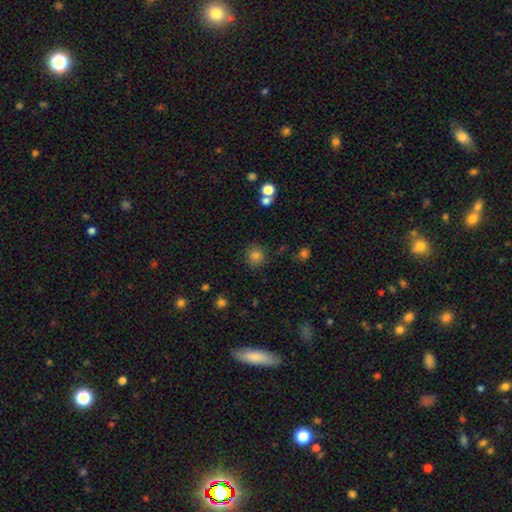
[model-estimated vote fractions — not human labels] The model was most divided on "smooth or featured": smooth: 81%, star or artifact: 13%, featured or disk: 5%. More confident: how rounded — round (92%); merging — none (86%).